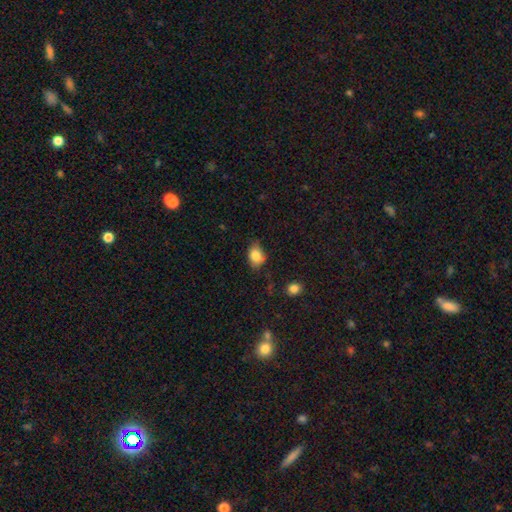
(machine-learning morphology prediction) A smooth galaxy with no disk features (83%) that is in between round and cigar-shaped (71%).

Vote fractions:
- Smooth or featured? smooth: 83% / star or artifact: 9% / featured or disk: 8%
- How rounded? in between: 71% / round: 28% / cigar-shaped: 1%
- Merging? none: 59% / minor disturbance: 32% / major disturbance: 7% / merger: 3%